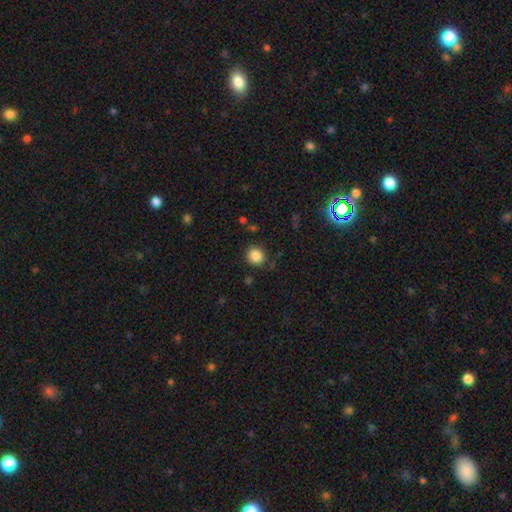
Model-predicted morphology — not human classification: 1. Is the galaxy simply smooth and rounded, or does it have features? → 86% smooth, 10% star or artifact, 4% featured or disk.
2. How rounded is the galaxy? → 88% round, 11% in between, 1% cigar-shaped.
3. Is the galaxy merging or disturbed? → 84% none, 11% minor disturbance, 4% major disturbance, 2% merger.